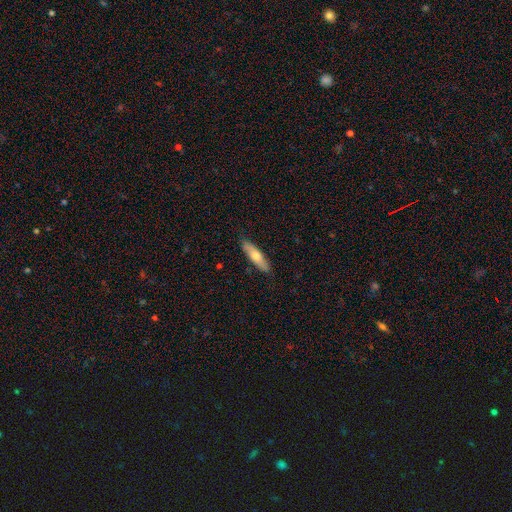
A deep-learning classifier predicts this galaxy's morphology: The model was most divided on "smooth or featured": smooth: 65%, featured or disk: 29%, star or artifact: 5%. More confident: merging — none (85%); how rounded — cigar-shaped (68%).